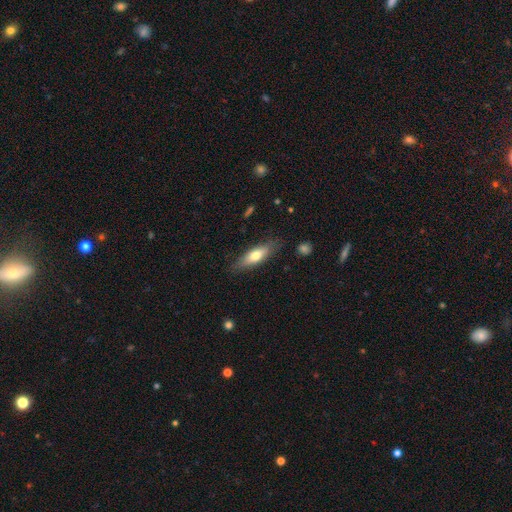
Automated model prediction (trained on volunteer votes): Q: Smooth or featured?
A: smooth (67%); runner-up: featured or disk (27%)
Q: How rounded?
A: in between (53%); runner-up: cigar-shaped (44%)
Q: Merging?
A: none (80%); runner-up: minor disturbance (15%)